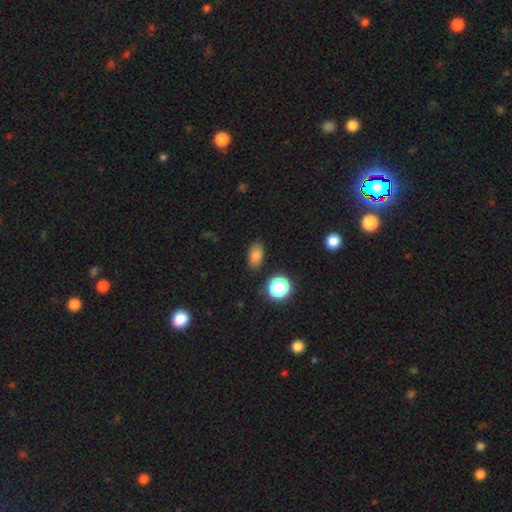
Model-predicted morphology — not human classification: smooth 79%, star or artifact 13%, featured or disk 8%. Down the decision tree: how rounded — in between (85%); merging — none (84%).